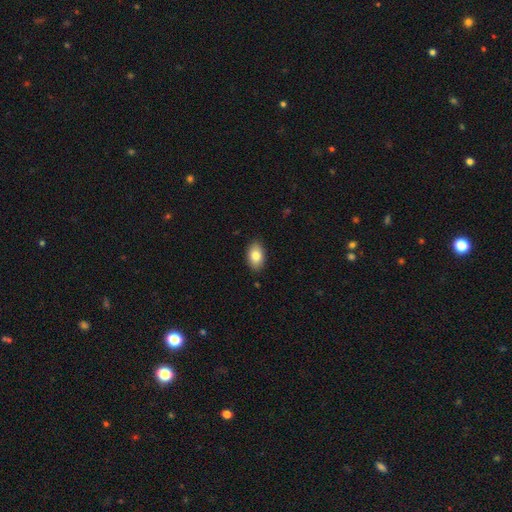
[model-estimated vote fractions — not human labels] This appears to be a smooth galaxy with no disk features (82%) that is in between round and cigar-shaped (91%). Merging: none (87%).